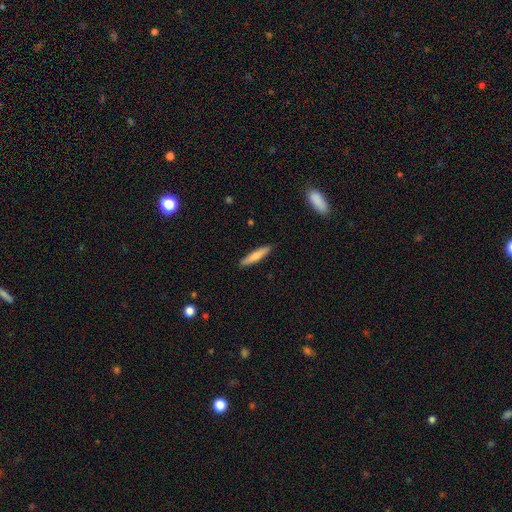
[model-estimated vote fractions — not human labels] Q: Smooth or featured?
A: smooth (78%); runner-up: featured or disk (16%)
Q: How rounded?
A: cigar-shaped (89%); runner-up: in between (9%)
Q: Merging?
A: none (90%); runner-up: minor disturbance (8%)